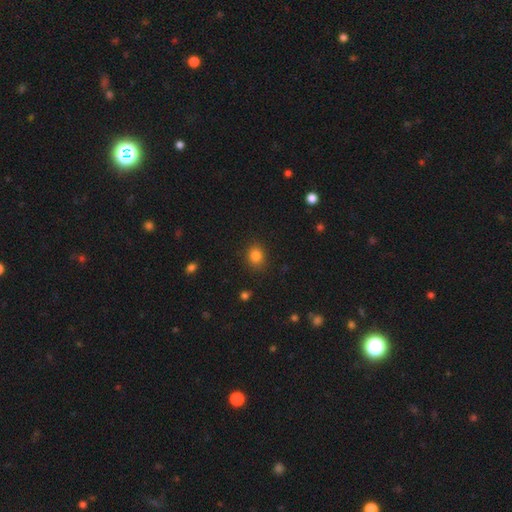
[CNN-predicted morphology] smooth_or_featured: smooth (p=0.84) [alt: star or artifact p=0.11]
how_rounded: round (p=0.67) [alt: in between p=0.32]
merging: none (p=0.87) [alt: minor disturbance p=0.09]